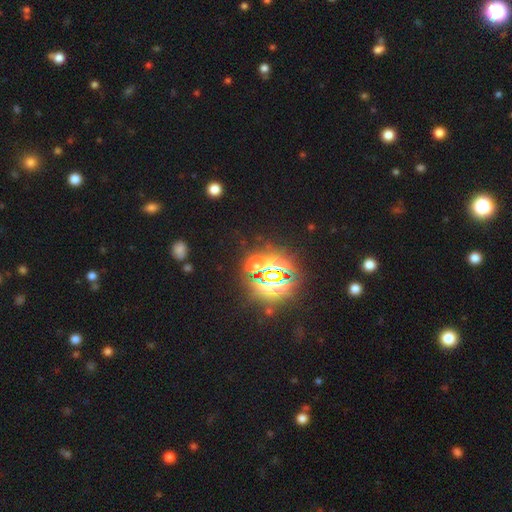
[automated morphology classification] This appears to be a star or artifact, not a galaxy (81%).